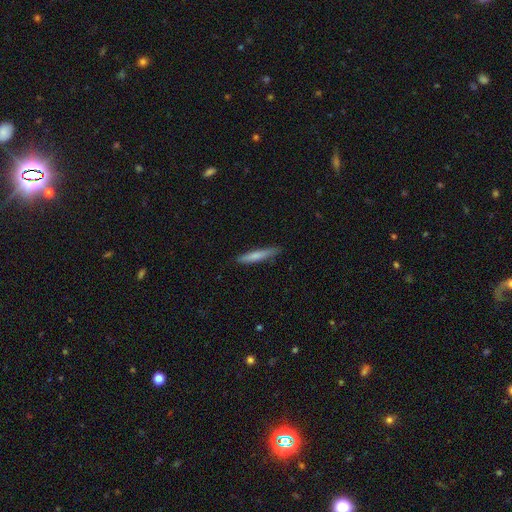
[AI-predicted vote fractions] A smooth galaxy with no disk features (74%) that is cigar-shaped (93%).

Vote fractions:
- Smooth or featured? smooth: 74% / featured or disk: 21% / star or artifact: 6%
- How rounded? cigar-shaped: 93% / in between: 6% / round: 1%
- Merging? none: 84% / minor disturbance: 13% / major disturbance: 2% / merger: 1%